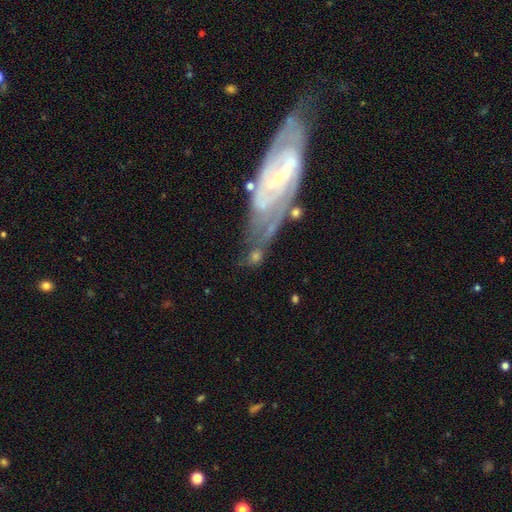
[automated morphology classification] smooth-or-featured: featured or disk: 67% | smooth: 22% | star or artifact: 11%
  disk-edge-on: no: 88% | yes: 12%
    bar: no: 51% | weak: 32% | strong: 17%
    has-spiral-arms: yes: 80% | no: 20%
    bulge-size: small: 62% | moderate: 25% | none: 8% | large: 3% | dominant: 2%
  merging: none: 46% | minor disturbance: 21% | major disturbance: 20% | merger: 14%